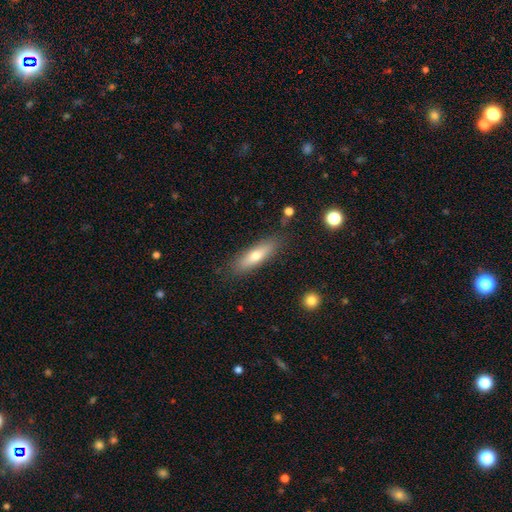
smooth 67%, featured or disk 31%, star or artifact 3%. Down the decision tree: how rounded — cigar-shaped (88%); merging — none (89%).